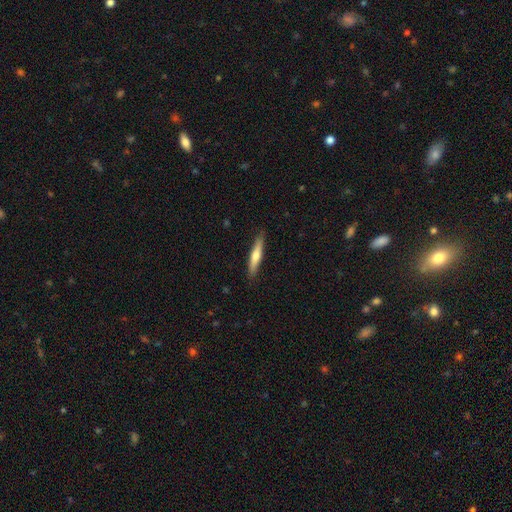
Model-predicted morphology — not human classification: Smooth or featured: smooth — 57% (featured or disk — 38%)
How rounded: cigar-shaped — 89% (in between — 10%)
Merging: none — 88% (minor disturbance — 9%)